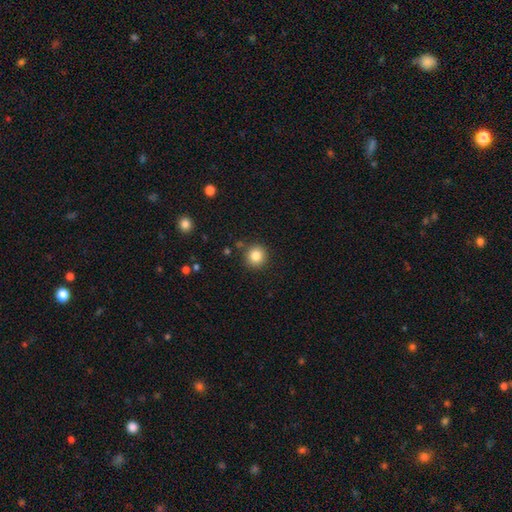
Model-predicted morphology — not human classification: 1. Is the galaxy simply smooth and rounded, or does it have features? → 84% smooth, 11% star or artifact, 6% featured or disk.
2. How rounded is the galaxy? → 93% round, 6% in between, 1% cigar-shaped.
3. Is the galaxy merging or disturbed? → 88% none, 7% minor disturbance, 3% merger, 2% major disturbance.